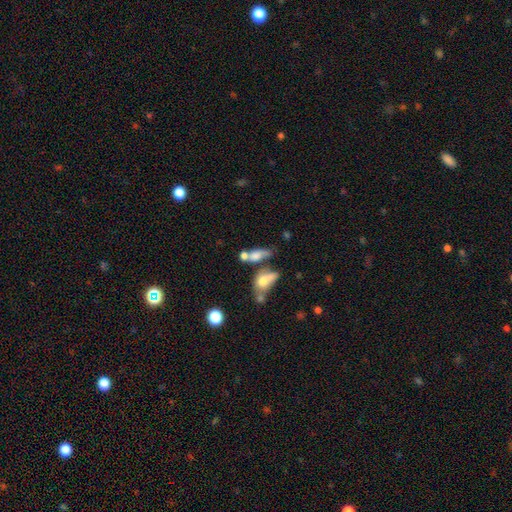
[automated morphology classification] Smooth or featured? Predicted: smooth (p=0.62). How rounded? Predicted: in between (p=0.67). Merging? Predicted: merger (p=0.52).